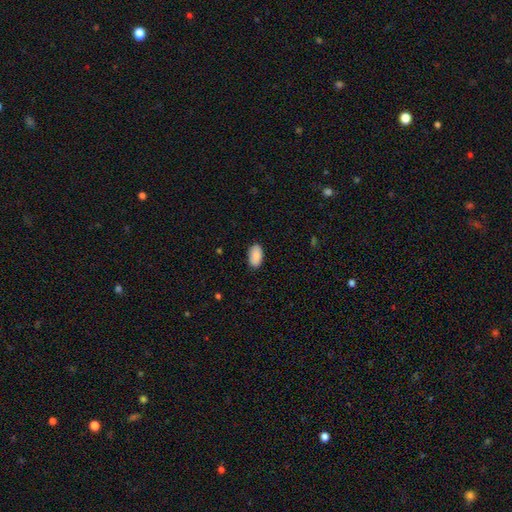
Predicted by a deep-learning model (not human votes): Q: Smooth or featured?
A: smooth (89%); runner-up: star or artifact (6%)
Q: How rounded?
A: in between (95%); runner-up: round (4%)
Q: Merging?
A: none (88%); runner-up: minor disturbance (9%)